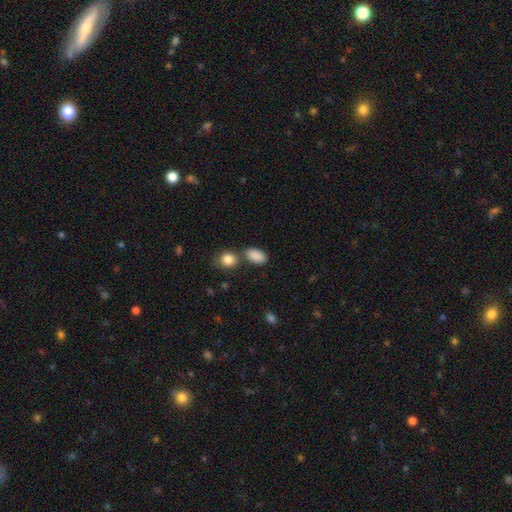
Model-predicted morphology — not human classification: Q: Smooth or featured?
A: smooth (88%); runner-up: star or artifact (8%)
Q: How rounded?
A: in between (90%); runner-up: round (8%)
Q: Merging?
A: none (66%); runner-up: merger (17%)